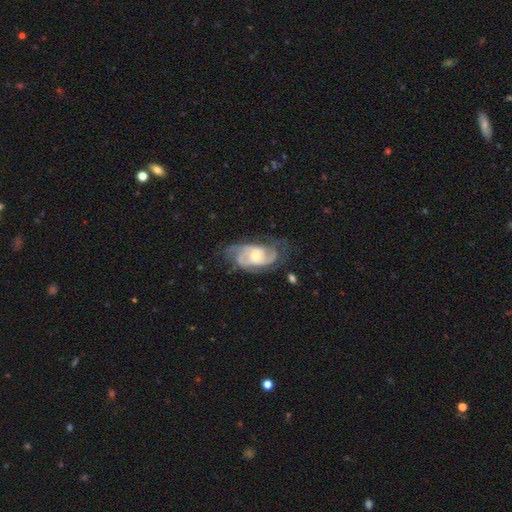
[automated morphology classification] This is clearly a featured or disk galaxy (87%). It is clearly not viewed edge-on (96%). Bar: possibly no (56%). Spiral arm pattern: clearly yes (96%). Spiral arm count: marginally 2 (35%). Spiral winding: marginally tight (45%). Central bulge: possibly moderate (52%). Merging: likely none (61%).